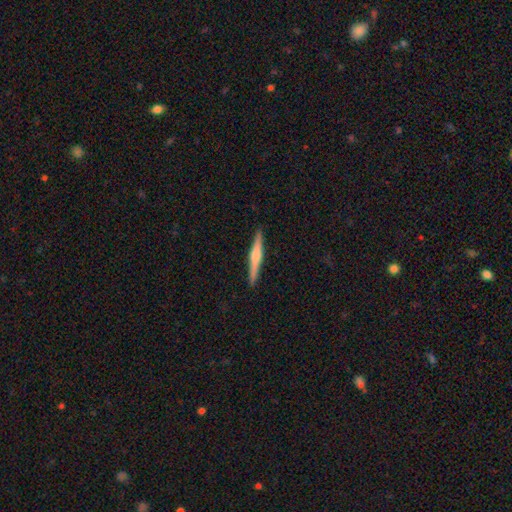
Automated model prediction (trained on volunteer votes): A featured or disk galaxy (59%) viewed edge-on (98%) with a rounded central bulge (72%).

Vote fractions:
- Smooth or featured? featured or disk: 59% / smooth: 36% / star or artifact: 5%
- Edge-on disk? yes: 98% / no: 2%
- Edge-on bulge? rounded: 72% / boxy: 15% / none: 13%
- Merging? none: 91% / minor disturbance: 6% / major disturbance: 1% / merger: 1%